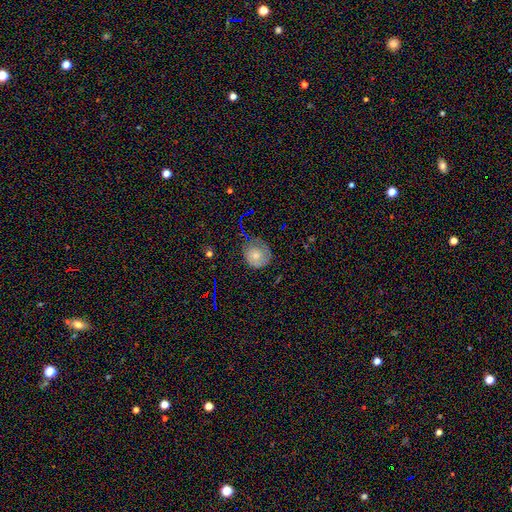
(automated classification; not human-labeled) Smooth or featured? smooth (64%)
How rounded? round (82%)
Merging? none (61%)